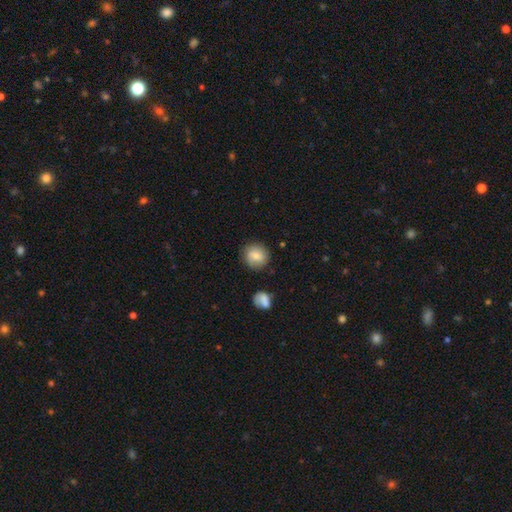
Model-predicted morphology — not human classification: Smooth or featured? smooth (75%)
How rounded? round (89%)
Merging? none (83%)